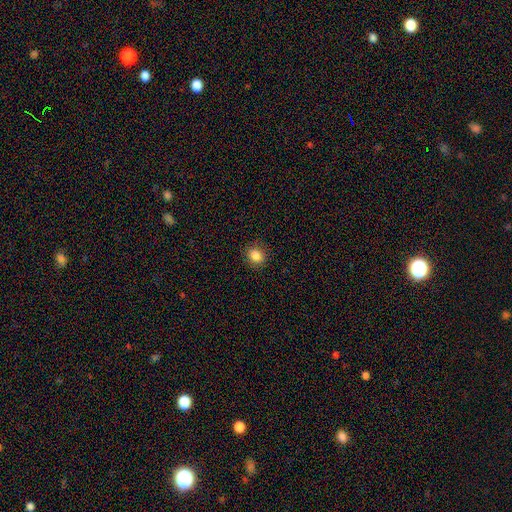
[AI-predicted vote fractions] smooth_or_featured: smooth (p=0.85) [alt: star or artifact p=0.10]
how_rounded: round (p=0.76) [alt: in between p=0.23]
merging: none (p=0.89) [alt: minor disturbance p=0.08]